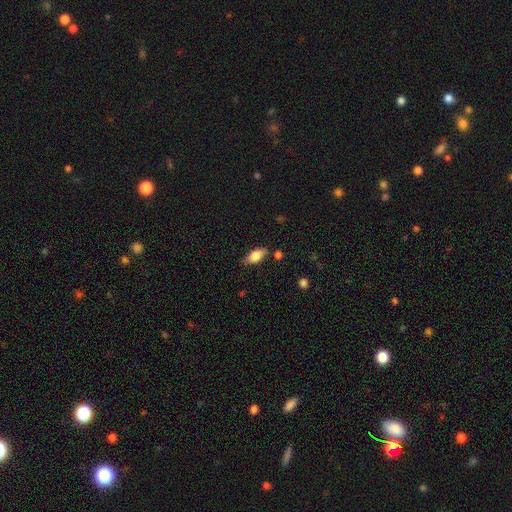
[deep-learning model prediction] Q: Smooth or featured?
A: smooth (81%); runner-up: featured or disk (12%)
Q: How rounded?
A: in between (87%); runner-up: cigar-shaped (10%)
Q: Merging?
A: none (73%); runner-up: minor disturbance (19%)